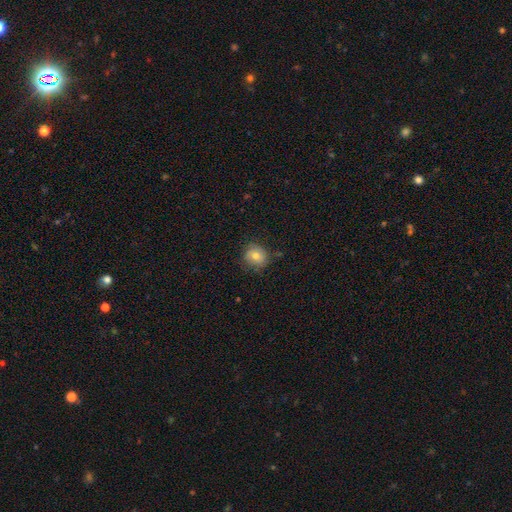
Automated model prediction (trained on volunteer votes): Overall: smooth (71%). How rounded: round (81%). Merging: none (76%).